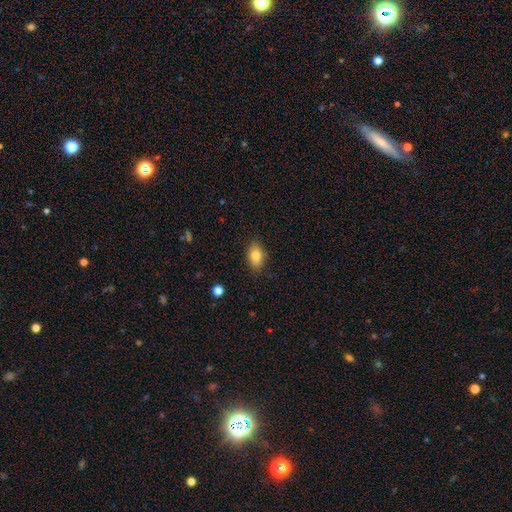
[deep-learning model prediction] Smooth or featured?
  - smooth: 81% *
  - featured or disk: 11%
  - star or artifact: 8%
How rounded?
  - in between: 87% *
  - round: 11%
  - cigar-shaped: 2%
Merging?
  - none: 85% *
  - minor disturbance: 12%
  - major disturbance: 2%
  - merger: 1%